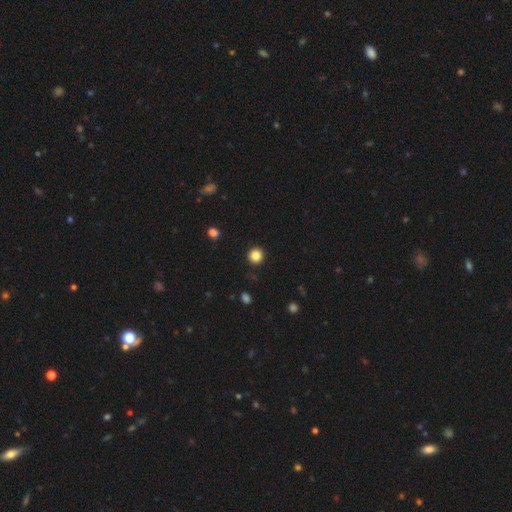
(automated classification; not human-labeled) Smooth or featured? Predicted: smooth (p=0.85). How rounded? Predicted: round (p=0.94). Merging? Predicted: none (p=0.92).